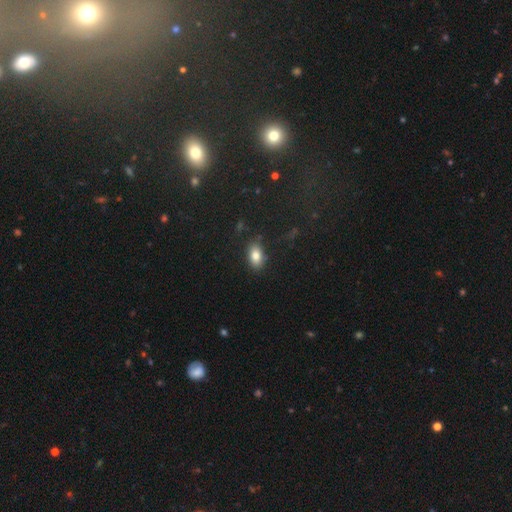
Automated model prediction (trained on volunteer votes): Smooth or featured: smooth — 82% (featured or disk — 9%)
How rounded: in between — 89% (round — 8%)
Merging: none — 84% (minor disturbance — 11%)